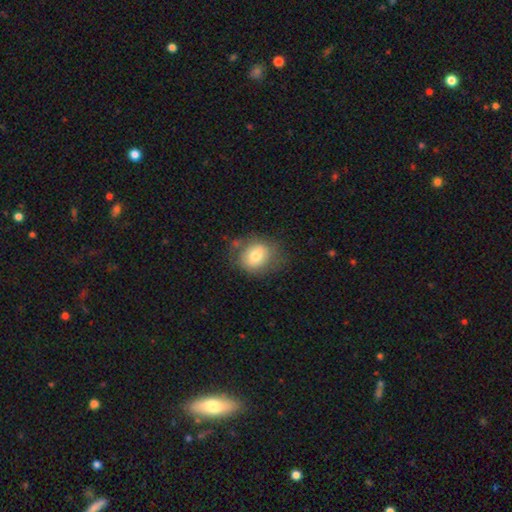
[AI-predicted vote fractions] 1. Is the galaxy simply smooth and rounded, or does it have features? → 71% smooth, 20% featured or disk, 8% star or artifact.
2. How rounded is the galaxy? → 60% round, 39% in between, 1% cigar-shaped.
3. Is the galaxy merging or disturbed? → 69% none, 20% minor disturbance, 9% major disturbance, 3% merger.